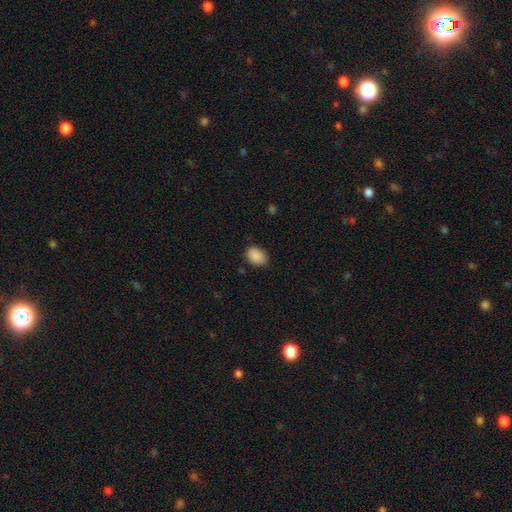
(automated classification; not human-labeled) Smooth or featured? smooth (89%)
How rounded? in between (74%)
Merging? none (78%)